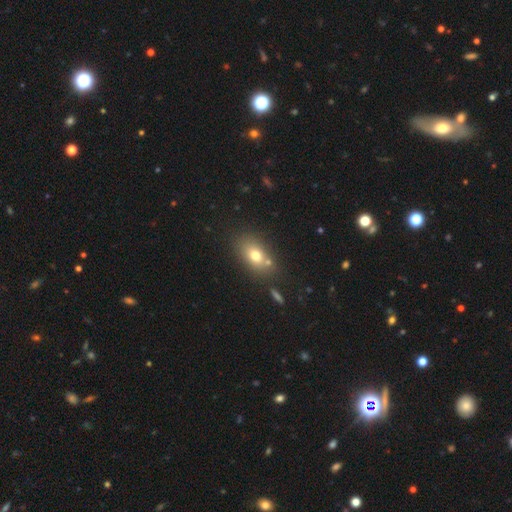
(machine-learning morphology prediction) Overall: smooth (73%). How rounded: in between (80%). Merging: none (68%).